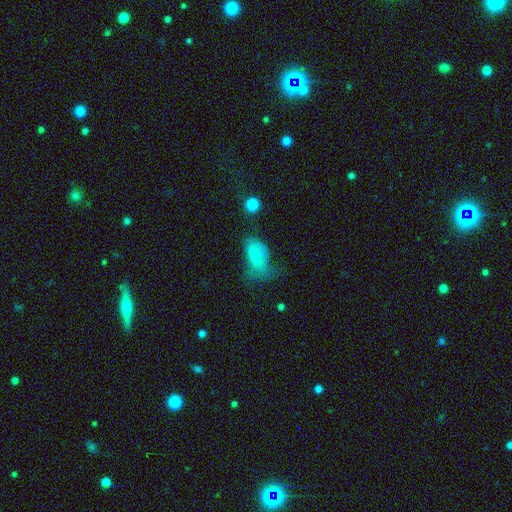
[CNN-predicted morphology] Smooth or featured: smooth — 71% (featured or disk — 19%)
How rounded: in between — 90% (cigar-shaped — 5%)
Merging: major disturbance — 43% (minor disturbance — 28%)